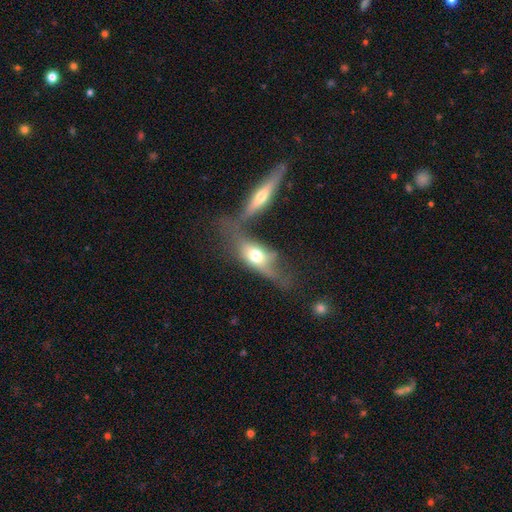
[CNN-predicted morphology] Q: Smooth or featured?
A: smooth (48%); runner-up: featured or disk (43%)
Q: Merging?
A: merger (39%); runner-up: none (25%)